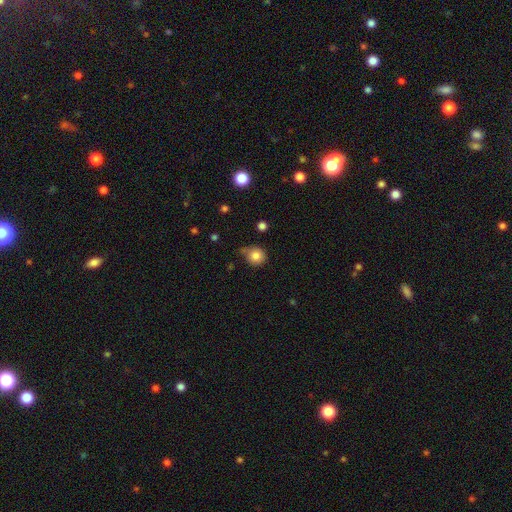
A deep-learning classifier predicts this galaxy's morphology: Smooth or featured: smooth — 82% (star or artifact — 11%)
How rounded: round — 87% (in between — 12%)
Merging: none — 64% (minor disturbance — 25%)